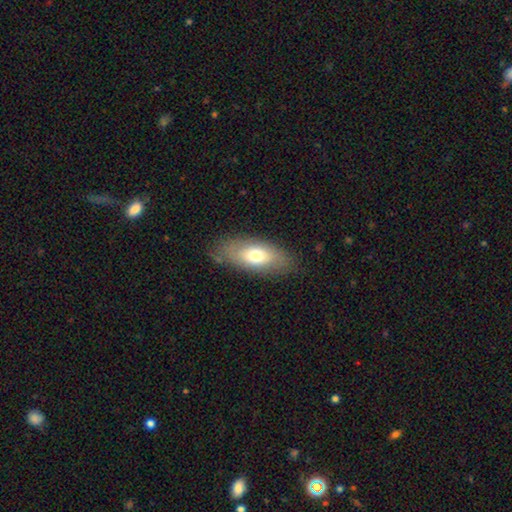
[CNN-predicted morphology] A smooth galaxy with no disk features (66%) that is in between round and cigar-shaped (85%). Merging: none (80%).